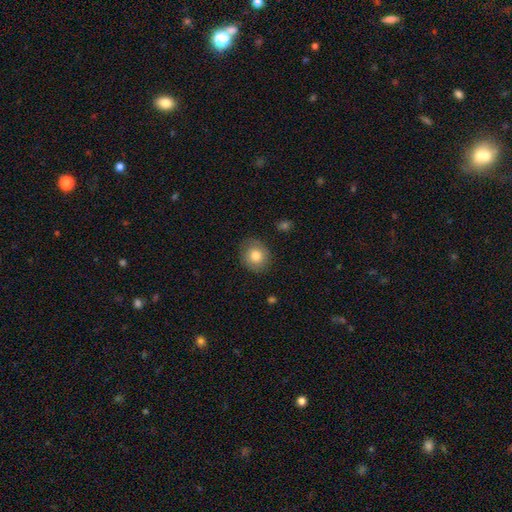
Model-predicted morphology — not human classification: This is likely a smooth galaxy (79%). How rounded: likely round (77%). Merging: clearly none (82%).